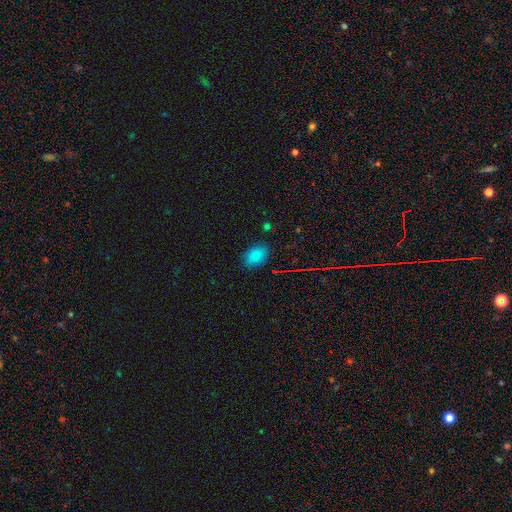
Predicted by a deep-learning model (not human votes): Smooth or featured? Predicted: smooth (p=0.82). How rounded? Predicted: in between (p=0.83). Merging? Predicted: none (p=0.83).